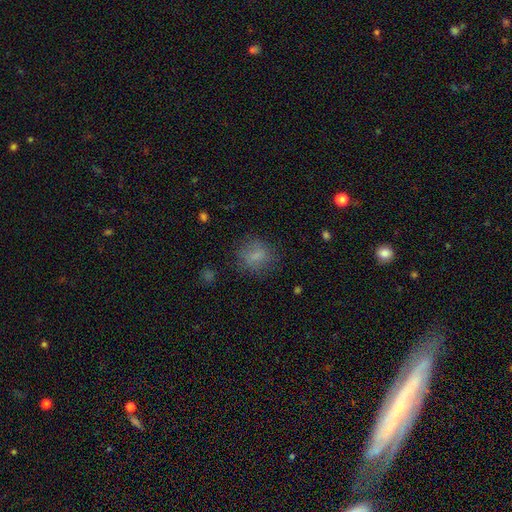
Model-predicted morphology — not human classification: A smooth galaxy with no disk features (76%) that is round (72%). Merging: none (76%).